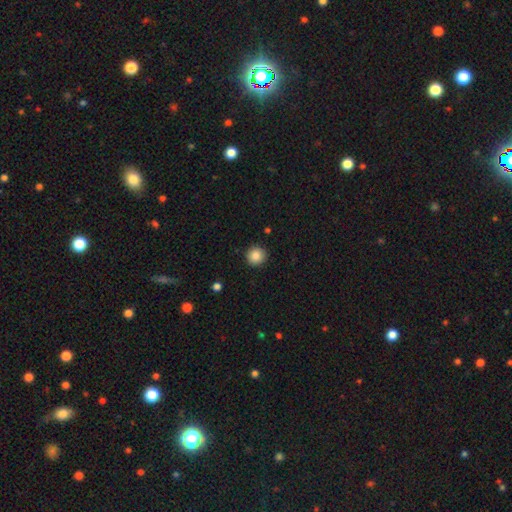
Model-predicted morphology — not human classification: Smooth or featured? Predicted: smooth (p=0.87). How rounded? Predicted: round (p=0.94). Merging? Predicted: none (p=0.91).